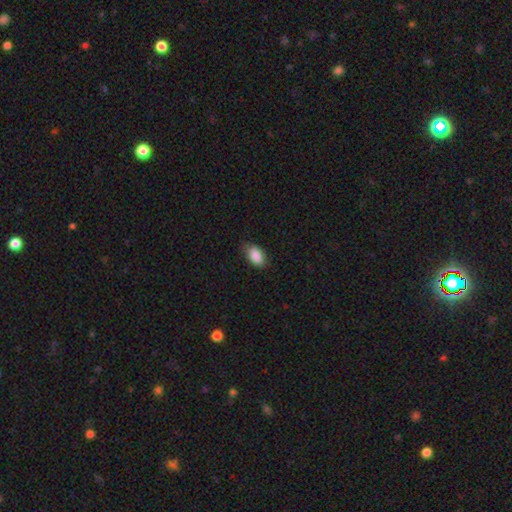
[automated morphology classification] Smooth or featured?
  - smooth: 88% *
  - star or artifact: 7%
  - featured or disk: 5%
How rounded?
  - in between: 92% *
  - round: 6%
  - cigar-shaped: 2%
Merging?
  - none: 77% *
  - minor disturbance: 19%
  - major disturbance: 3%
  - merger: 1%